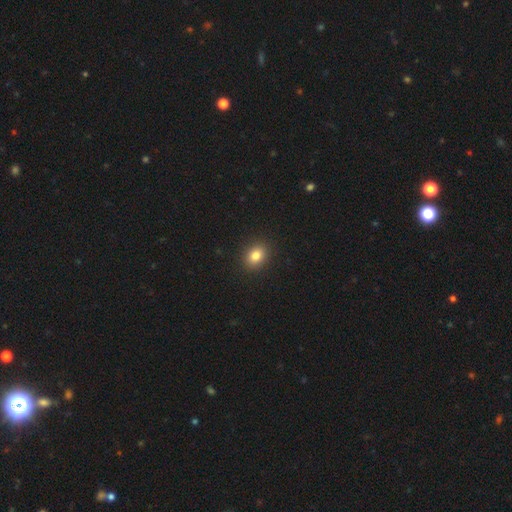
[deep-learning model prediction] smooth-or-featured: smooth: 83% | star or artifact: 11% | featured or disk: 7%
  how-rounded: in between: 53% | round: 46% | cigar-shaped: 1%
  merging: none: 91% | minor disturbance: 6% | major disturbance: 2% | merger: 1%